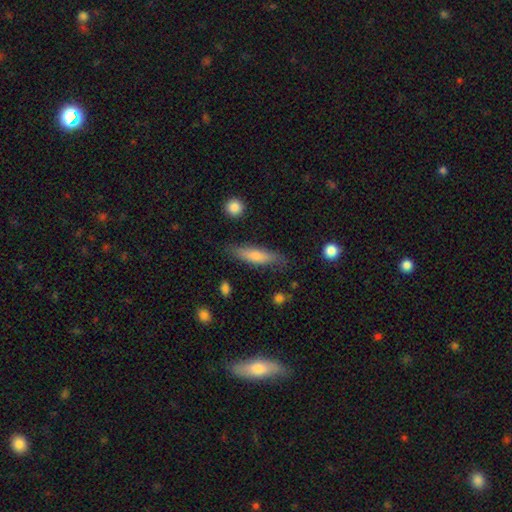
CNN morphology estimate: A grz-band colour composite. It shows a smooth galaxy with no disk features (65%) that is cigar-shaped (72%). Merging: none (77%).